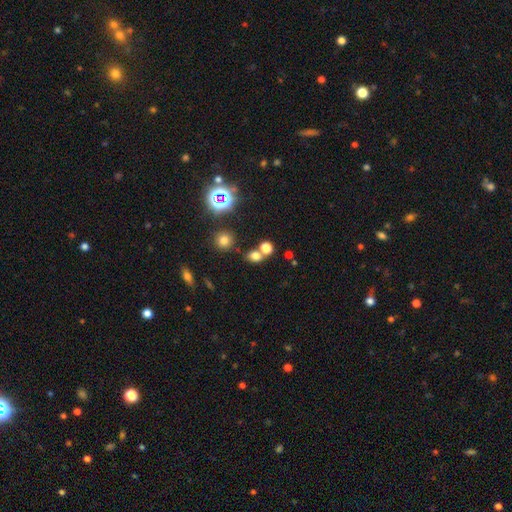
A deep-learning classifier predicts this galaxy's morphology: Smooth or featured: smooth — 66% (star or artifact — 25%)
How rounded: round — 50% (in between — 48%)
Merging: none — 56% (merger — 30%)